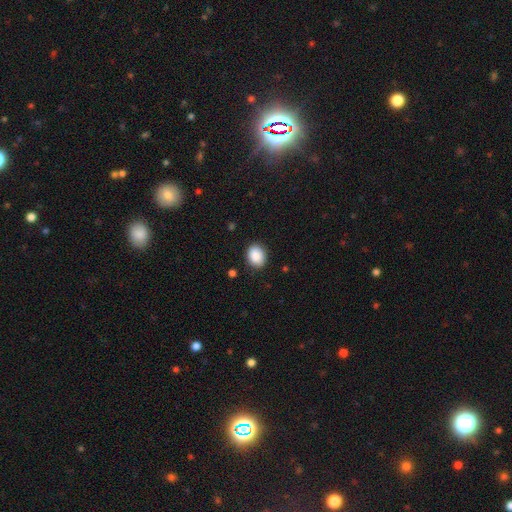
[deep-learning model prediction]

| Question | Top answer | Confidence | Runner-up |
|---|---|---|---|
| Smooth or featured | smooth | 89% | star or artifact (7%) |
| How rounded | in between | 51% | round (48%) |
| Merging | none | 87% | minor disturbance (10%) |